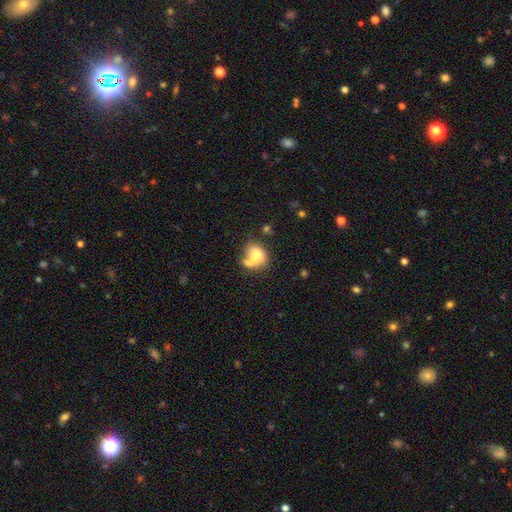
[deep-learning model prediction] Smooth or featured? Predicted: smooth (p=0.70). How rounded? Predicted: round (p=0.51). Merging? Predicted: merger (p=0.49).